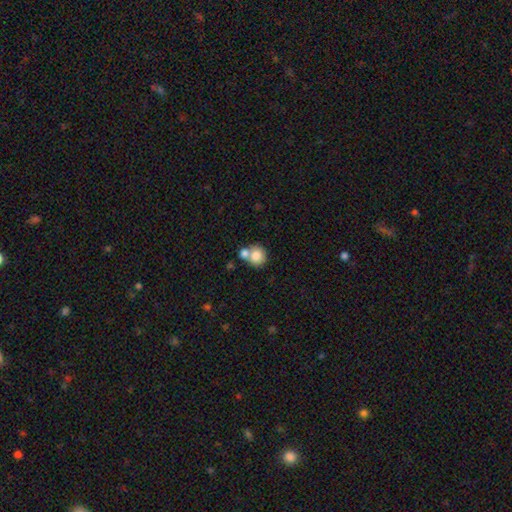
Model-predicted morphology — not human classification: A smooth galaxy with no disk features (79%) that is round (83%). Merging: none (45%).